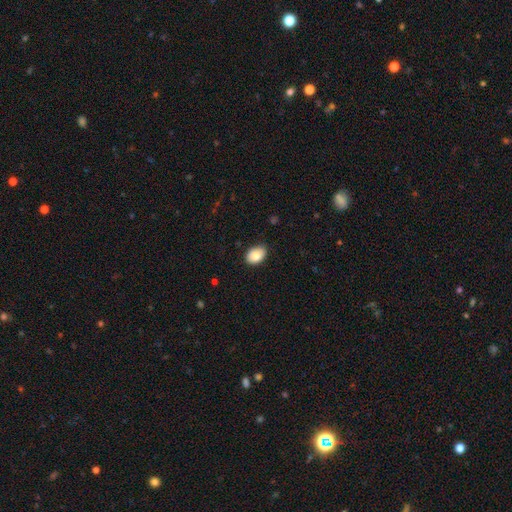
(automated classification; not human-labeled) Overall: smooth (82%). How rounded: in between (83%). Merging: none (83%).